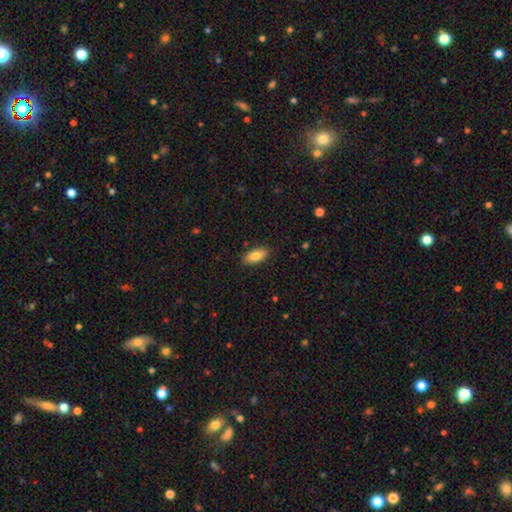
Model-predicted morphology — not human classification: Q: Smooth or featured?
A: smooth (84%); runner-up: featured or disk (10%)
Q: How rounded?
A: in between (86%); runner-up: cigar-shaped (11%)
Q: Merging?
A: none (87%); runner-up: minor disturbance (9%)